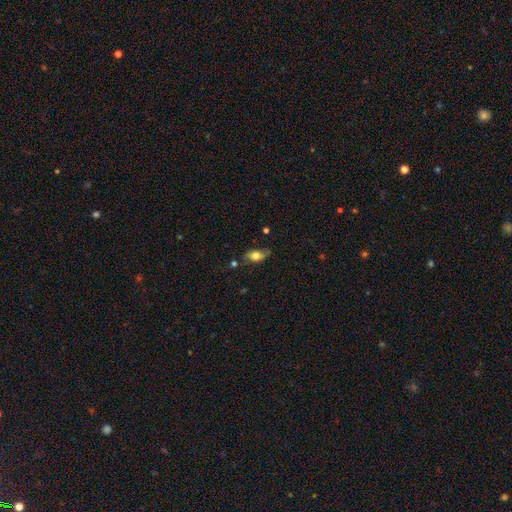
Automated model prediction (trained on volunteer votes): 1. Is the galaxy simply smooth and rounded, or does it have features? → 63% smooth, 28% featured or disk, 9% star or artifact.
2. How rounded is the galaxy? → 83% in between, 9% round, 9% cigar-shaped.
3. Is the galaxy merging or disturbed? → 61% none, 28% minor disturbance, 8% major disturbance, 4% merger.